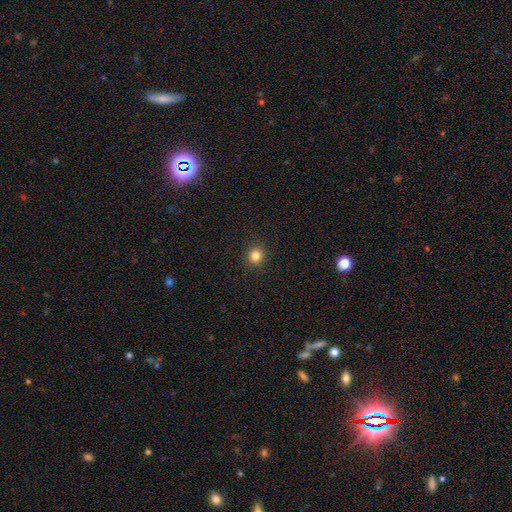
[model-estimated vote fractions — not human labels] Smooth or featured? Predicted: smooth (p=0.83). How rounded? Predicted: round (p=0.87). Merging? Predicted: none (p=0.91).